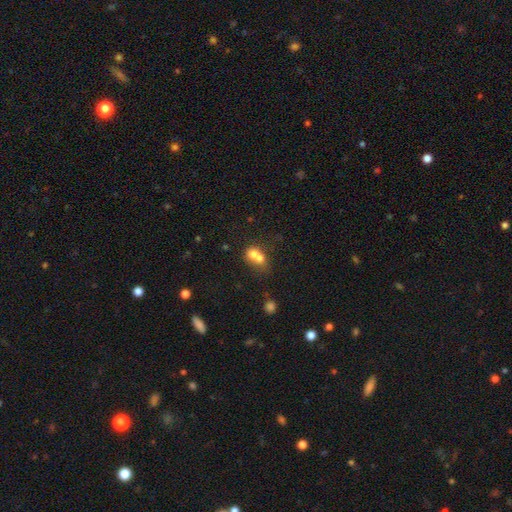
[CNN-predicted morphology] Q: Smooth or featured?
A: smooth (67%); runner-up: featured or disk (22%)
Q: How rounded?
A: round (58%); runner-up: in between (41%)
Q: Merging?
A: merger (71%); runner-up: none (19%)